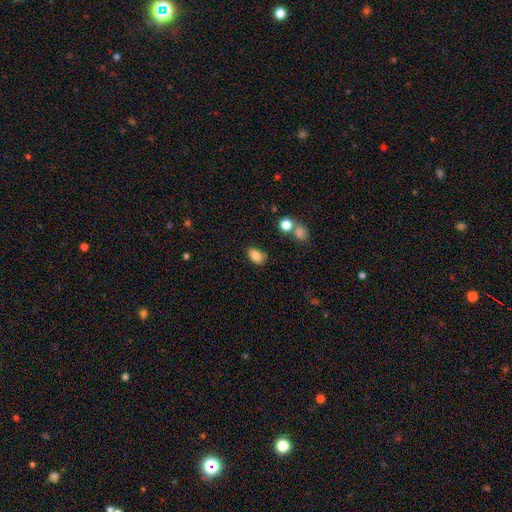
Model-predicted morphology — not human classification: A smooth galaxy with no disk features (84%) that is in between round and cigar-shaped (87%). Merging: none (77%).